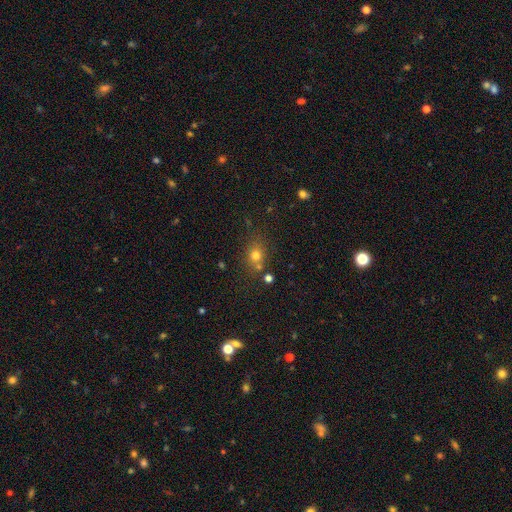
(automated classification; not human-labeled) smooth_or_featured: smooth (p=0.70) [alt: star or artifact p=0.20]
how_rounded: round (p=0.66) [alt: in between p=0.33]
merging: none (p=0.69) [alt: merger p=0.14]